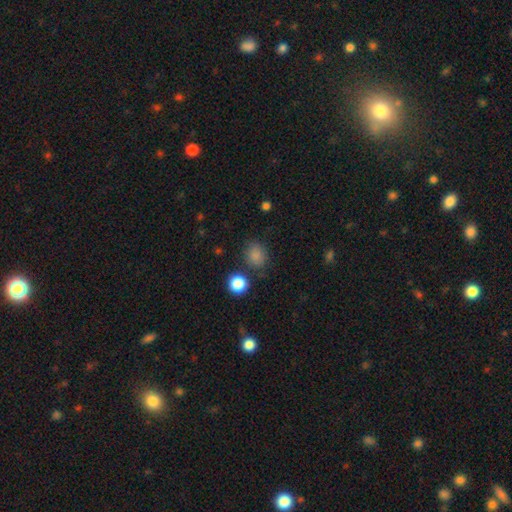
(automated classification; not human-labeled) This appears to be a smooth galaxy with no disk features (83%) that is round (67%). Merging: none (78%).